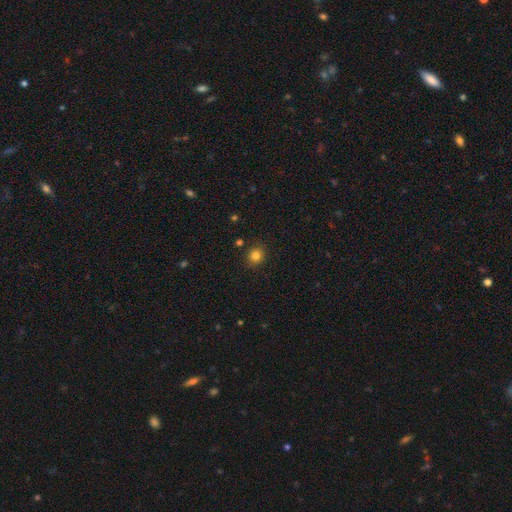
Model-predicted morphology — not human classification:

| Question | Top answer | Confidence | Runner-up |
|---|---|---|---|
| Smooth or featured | smooth | 83% | star or artifact (13%) |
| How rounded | round | 79% | in between (20%) |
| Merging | none | 87% | minor disturbance (9%) |